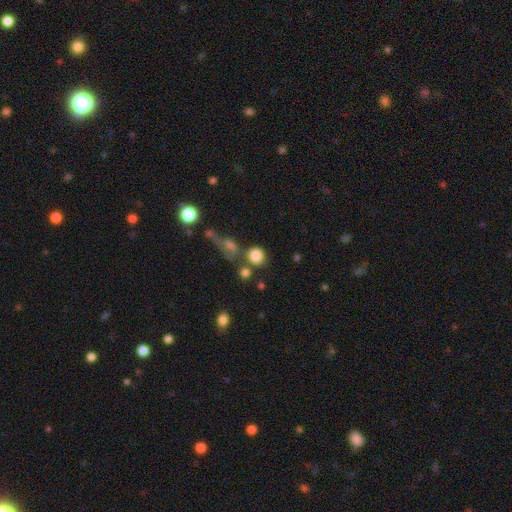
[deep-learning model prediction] A smooth galaxy with no disk features (83%) that is round (85%).

Vote fractions:
- Smooth or featured? smooth: 83% / star or artifact: 10% / featured or disk: 7%
- How rounded? round: 85% / in between: 14% / cigar-shaped: 2%
- Merging? none: 60% / merger: 21% / minor disturbance: 12% / major disturbance: 7%